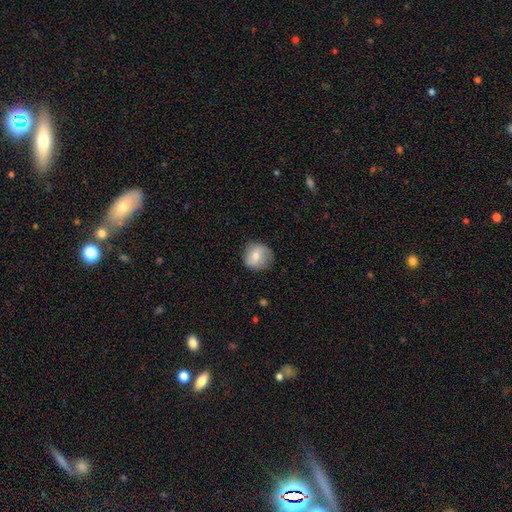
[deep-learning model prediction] A smooth galaxy with no disk features (67%) that is round (86%).

Vote fractions:
- Smooth or featured? smooth: 67% / featured or disk: 25% / star or artifact: 7%
- How rounded? round: 86% / in between: 13% / cigar-shaped: 1%
- Merging? none: 76% / minor disturbance: 18% / major disturbance: 5% / merger: 1%